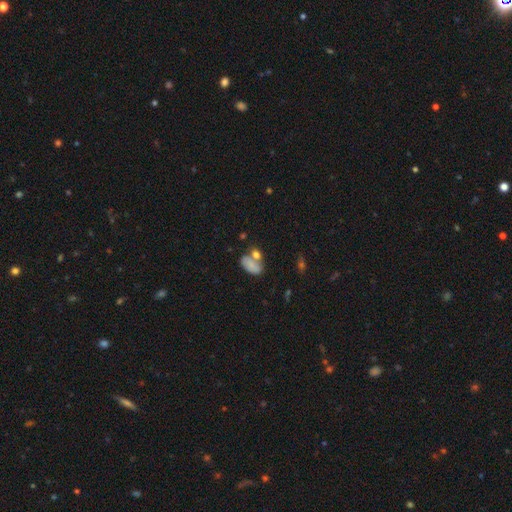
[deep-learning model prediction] Smooth or featured? Predicted: smooth (p=0.73). How rounded? Predicted: in between (p=0.83). Merging? Predicted: none (p=0.41).